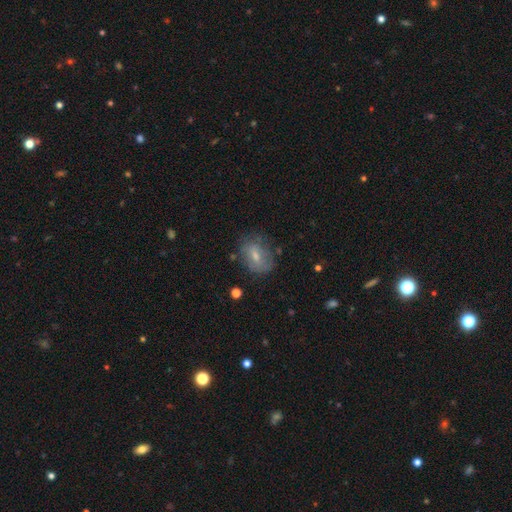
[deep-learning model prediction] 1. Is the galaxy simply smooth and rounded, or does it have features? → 55% smooth, 36% featured or disk, 9% star or artifact.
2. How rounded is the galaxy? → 73% in between, 24% round, 3% cigar-shaped.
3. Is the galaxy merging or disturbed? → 64% none, 24% minor disturbance, 10% major disturbance, 3% merger.